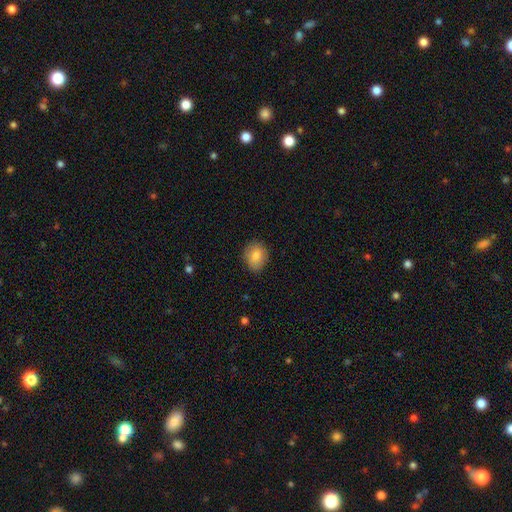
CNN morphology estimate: The model was most divided on "how rounded": in between: 65%, round: 34%, cigar-shaped: 1%. More confident: smooth or featured — smooth (83%); merging — none (81%).